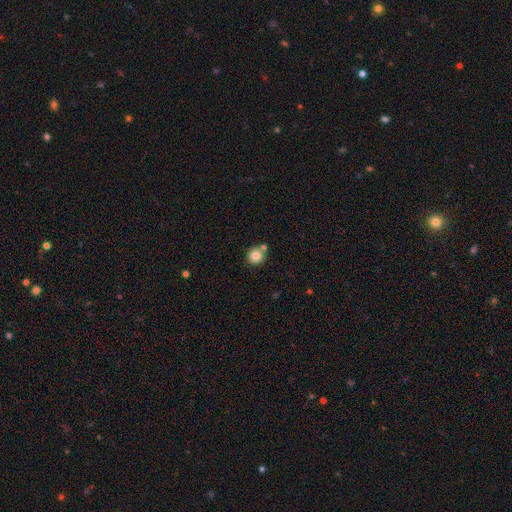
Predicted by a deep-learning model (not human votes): Smooth or featured: smooth — 84% (star or artifact — 10%)
How rounded: round — 92% (in between — 7%)
Merging: none — 70% (merger — 19%)